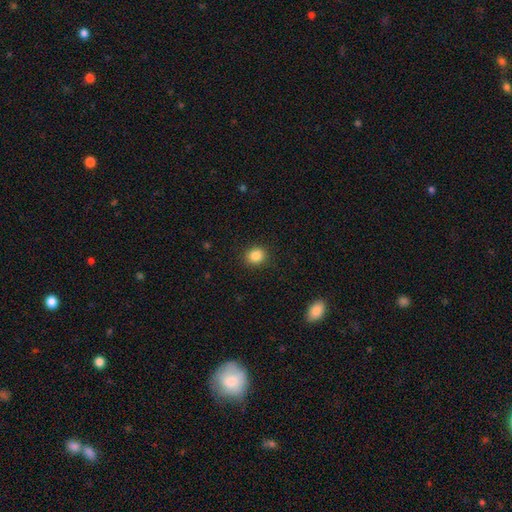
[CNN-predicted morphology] smooth 85%, star or artifact 10%, featured or disk 4%. Down the decision tree: how rounded — round (76%); merging — none (90%).